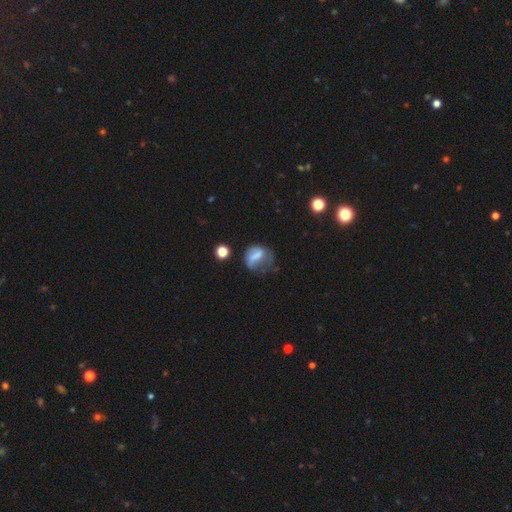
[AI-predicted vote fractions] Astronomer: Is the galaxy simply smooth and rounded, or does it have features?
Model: smooth — 56% (runner-up: featured or disk, 32%).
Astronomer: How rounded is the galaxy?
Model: in between — 51% (runner-up: round, 44%).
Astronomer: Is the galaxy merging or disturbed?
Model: major disturbance — 38% (runner-up: none, 28%).